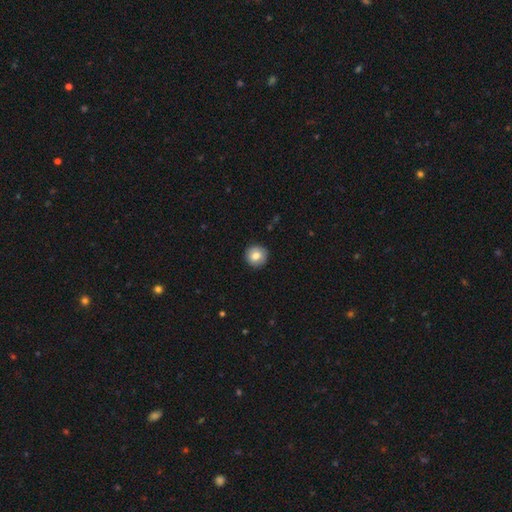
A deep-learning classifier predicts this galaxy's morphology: This appears to be a smooth galaxy with no disk features (80%) that is round (94%). Merging: none (90%).